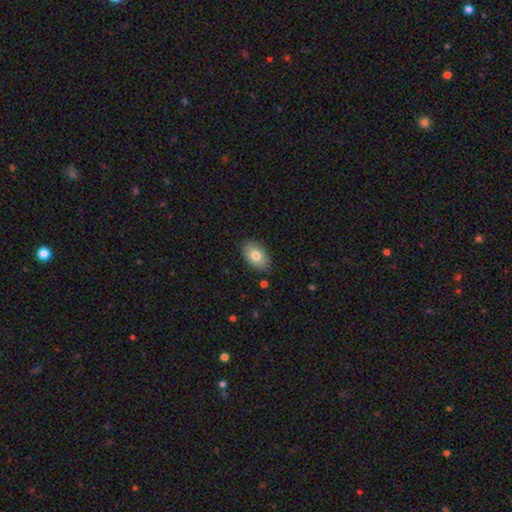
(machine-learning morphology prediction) Q: Smooth or featured?
A: smooth (78%); runner-up: featured or disk (15%)
Q: How rounded?
A: in between (91%); runner-up: round (8%)
Q: Merging?
A: none (84%); runner-up: minor disturbance (12%)